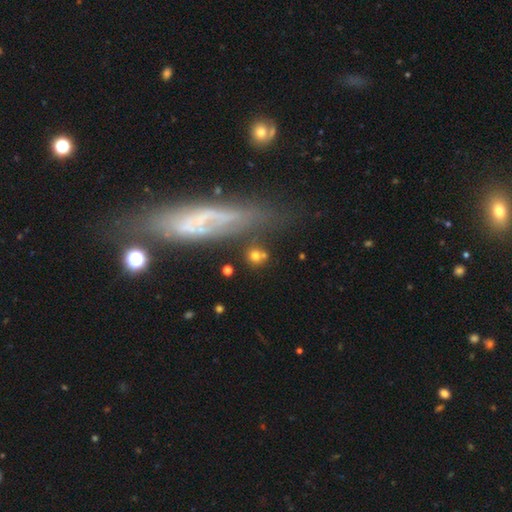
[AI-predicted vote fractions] Q: Smooth or featured?
A: smooth (70%); runner-up: featured or disk (17%)
Q: How rounded?
A: round (82%); runner-up: in between (14%)
Q: Merging?
A: none (67%); runner-up: minor disturbance (13%)